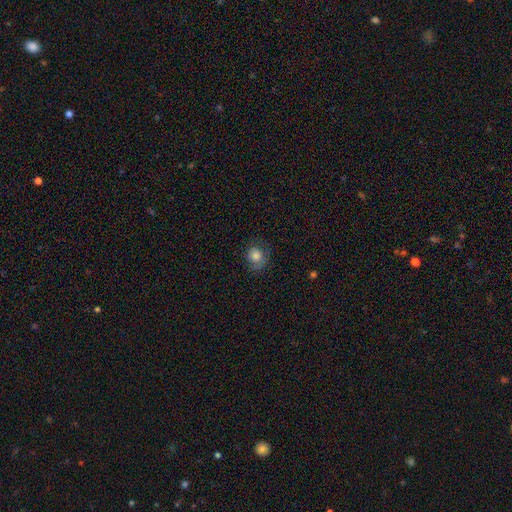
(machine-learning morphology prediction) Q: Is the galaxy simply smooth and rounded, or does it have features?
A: smooth — 75%.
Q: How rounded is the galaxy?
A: round — 67%.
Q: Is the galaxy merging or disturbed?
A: none — 68%.